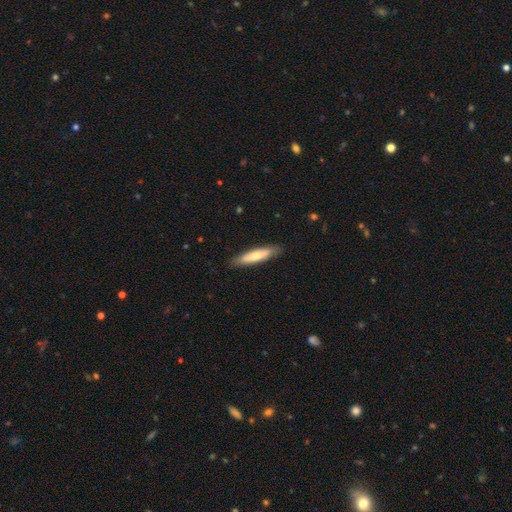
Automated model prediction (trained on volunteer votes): Smooth or featured? Predicted: smooth (p=0.63). How rounded? Predicted: cigar-shaped (p=0.79). Merging? Predicted: none (p=0.86).